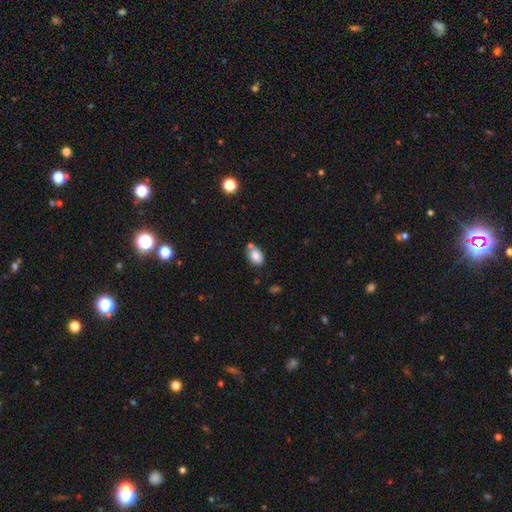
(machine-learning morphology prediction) Smooth or featured: smooth — 82% (featured or disk — 10%)
How rounded: in between — 86% (round — 13%)
Merging: none — 54% (minor disturbance — 20%)